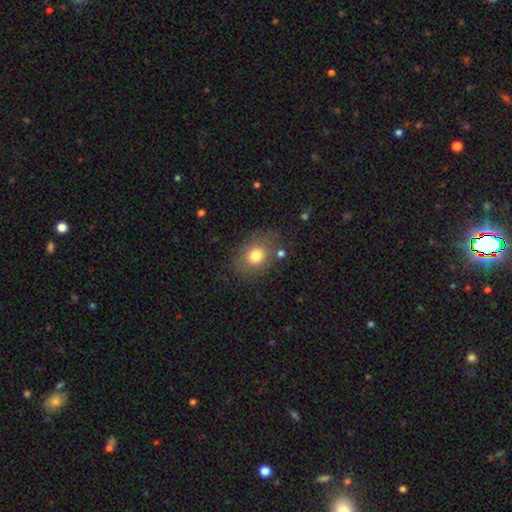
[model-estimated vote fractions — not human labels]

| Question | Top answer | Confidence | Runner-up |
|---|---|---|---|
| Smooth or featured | smooth | 75% | featured or disk (16%) |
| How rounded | in between | 61% | round (38%) |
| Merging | none | 70% | minor disturbance (18%) |